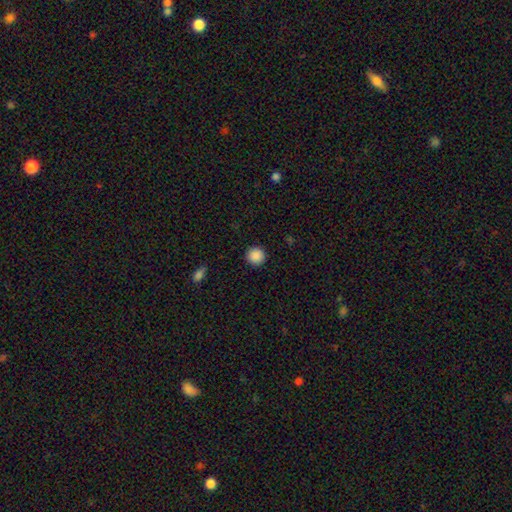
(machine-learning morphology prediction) Smooth or featured? smooth (89%)
How rounded? round (94%)
Merging? none (92%)